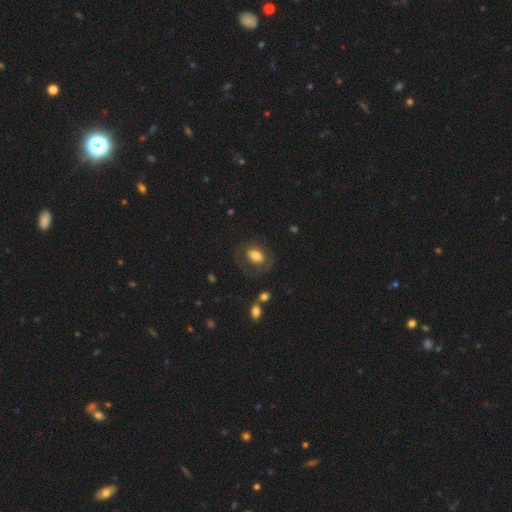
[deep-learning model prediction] Smooth or featured? Predicted: smooth (p=0.65). How rounded? Predicted: in between (p=0.75). Merging? Predicted: none (p=0.66).